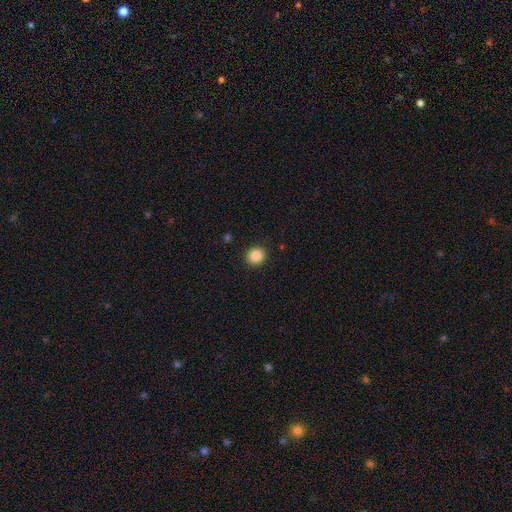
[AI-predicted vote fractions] Q: Smooth or featured?
A: smooth (87%); runner-up: star or artifact (9%)
Q: How rounded?
A: round (82%); runner-up: in between (17%)
Q: Merging?
A: none (91%); runner-up: minor disturbance (6%)